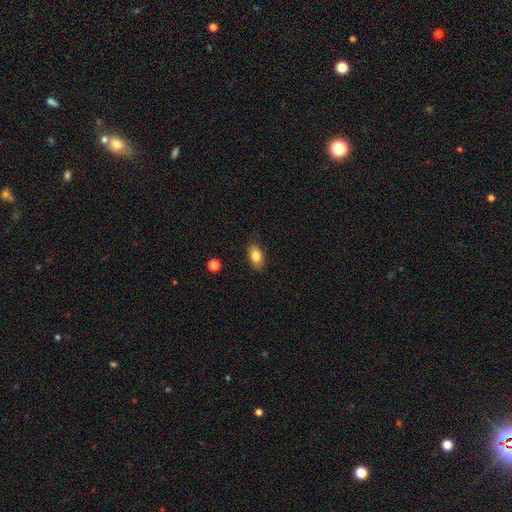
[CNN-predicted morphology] smooth-or-featured: smooth: 82% | featured or disk: 10% | star or artifact: 8%
  how-rounded: in between: 90% | round: 8% | cigar-shaped: 3%
  merging: none: 85% | minor disturbance: 12% | major disturbance: 2% | merger: 1%